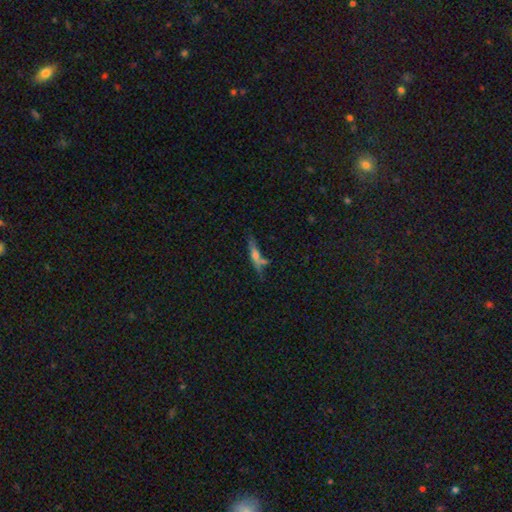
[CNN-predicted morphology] smooth_or_featured: featured or disk (p=0.49) [alt: smooth p=0.41]
merging: none (p=0.58) [alt: minor disturbance p=0.18]